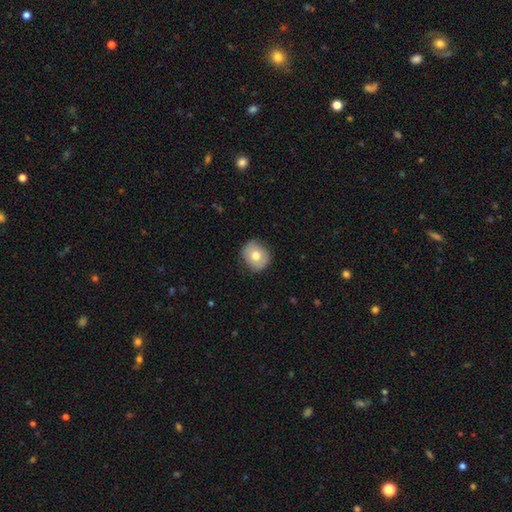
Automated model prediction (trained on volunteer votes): Smooth or featured? smooth (71%)
How rounded? round (74%)
Merging? none (83%)